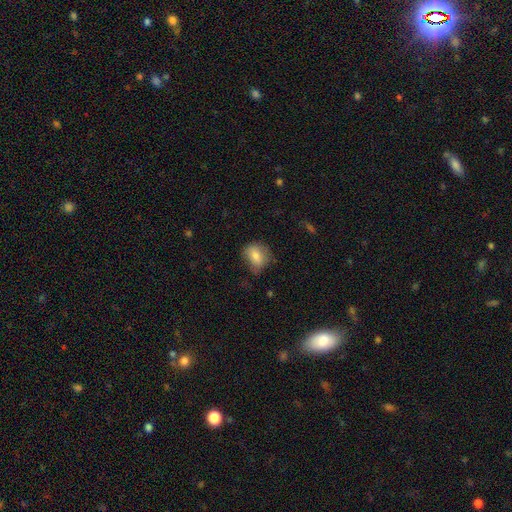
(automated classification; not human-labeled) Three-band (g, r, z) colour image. It shows a smooth galaxy with no disk features (77%) that is round (50%). Merging: none (61%).